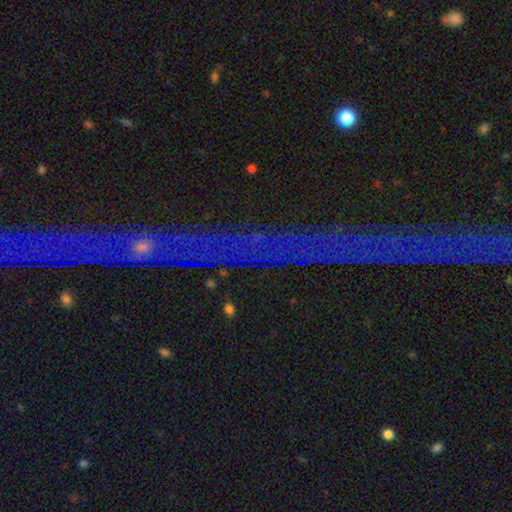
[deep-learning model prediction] Overall: star or artifact (77%).